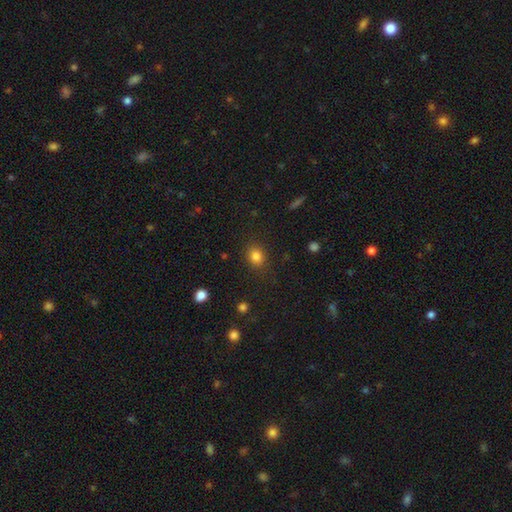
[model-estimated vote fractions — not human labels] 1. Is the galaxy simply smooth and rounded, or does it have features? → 83% smooth, 12% star or artifact, 5% featured or disk.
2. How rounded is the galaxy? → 60% round, 39% in between, 1% cigar-shaped.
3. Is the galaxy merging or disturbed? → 84% none, 11% minor disturbance, 4% major disturbance, 1% merger.